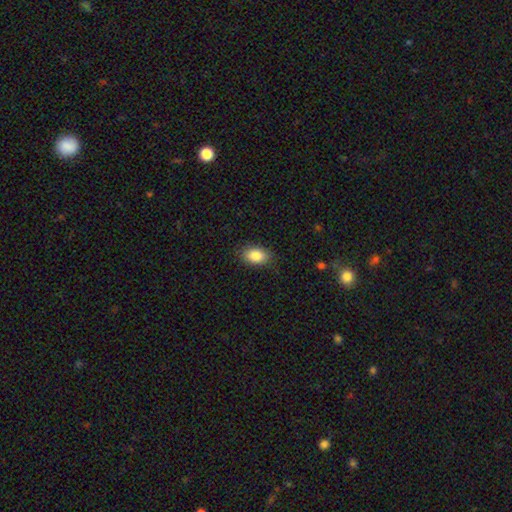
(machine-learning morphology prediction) type=smooth (86%); roundness=in between (87%); merging=none (85%).